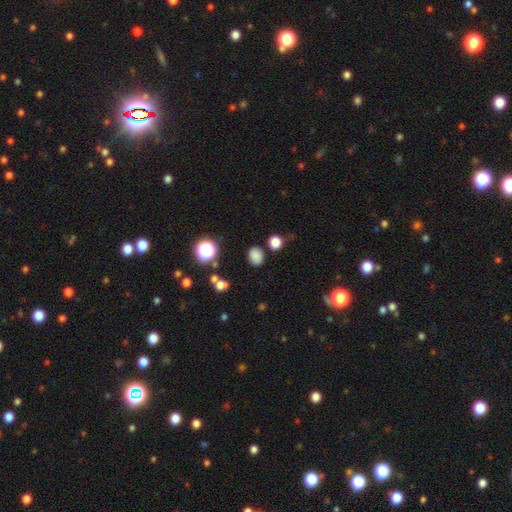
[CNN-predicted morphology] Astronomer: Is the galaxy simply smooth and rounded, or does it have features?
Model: smooth — 80%.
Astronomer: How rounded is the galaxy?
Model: round — 56% (runner-up: in between, 43%).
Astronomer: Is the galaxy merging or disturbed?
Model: none — 81%.